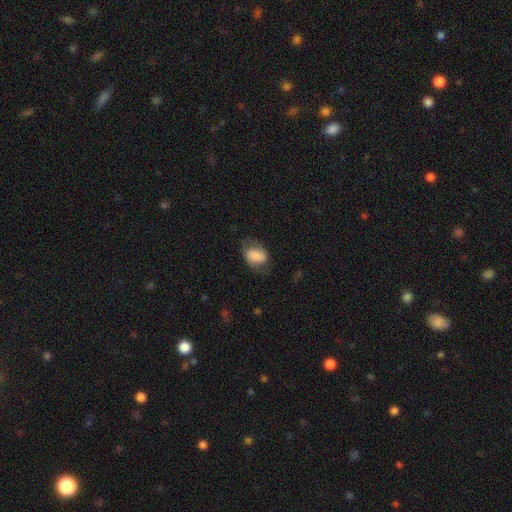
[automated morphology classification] Q: Smooth or featured?
A: smooth (67%); runner-up: featured or disk (25%)
Q: How rounded?
A: in between (83%); runner-up: round (15%)
Q: Merging?
A: none (57%); runner-up: minor disturbance (27%)